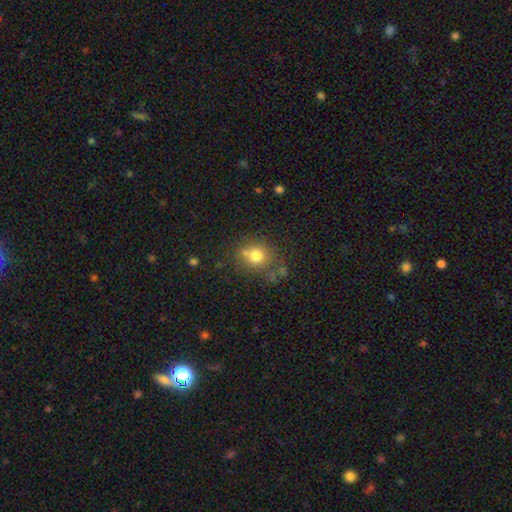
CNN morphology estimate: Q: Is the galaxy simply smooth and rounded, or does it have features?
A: smooth — 76%.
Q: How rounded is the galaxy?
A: round — 77%.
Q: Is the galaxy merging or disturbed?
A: none — 65%.